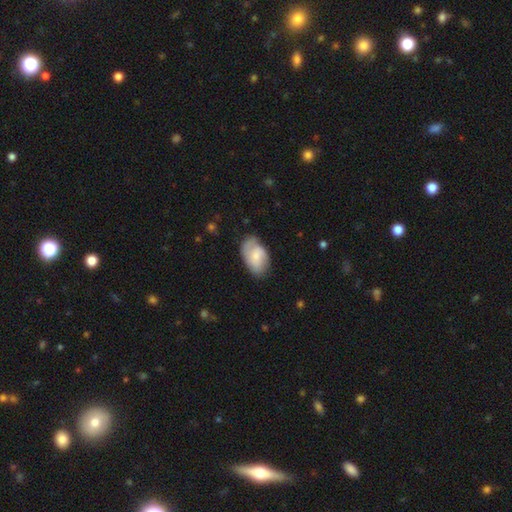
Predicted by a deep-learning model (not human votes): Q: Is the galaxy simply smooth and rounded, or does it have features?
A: smooth — 54%.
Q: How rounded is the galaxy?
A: in between — 91%.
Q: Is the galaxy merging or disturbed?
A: none — 65%.